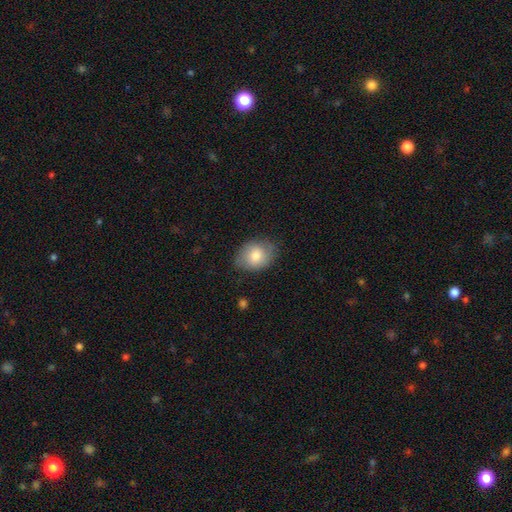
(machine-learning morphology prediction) A smooth galaxy with no disk features (78%) that is in between round and cigar-shaped (63%). Merging: none (75%).